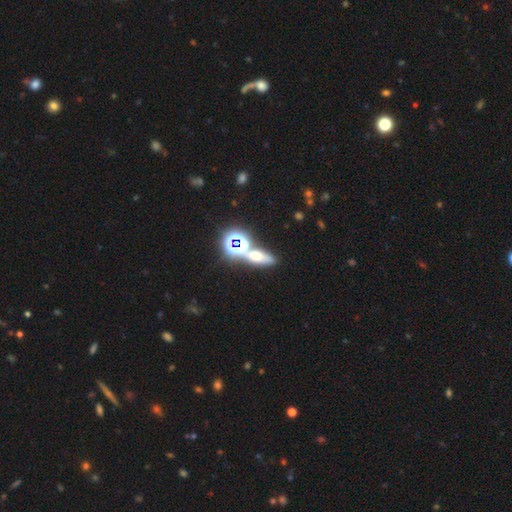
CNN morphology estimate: Smooth or featured?
  - smooth: 45% *
  - star or artifact: 35%
  - featured or disk: 20%
Merging?
  - none: 62% *
  - merger: 23%
  - minor disturbance: 10%
  - major disturbance: 5%